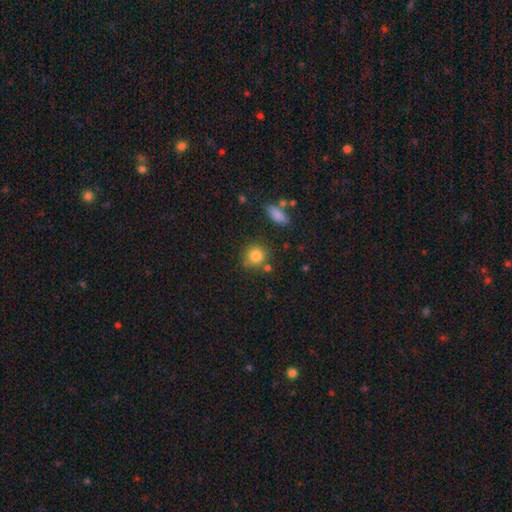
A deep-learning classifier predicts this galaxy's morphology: Smooth or featured?
  - smooth: 83% *
  - star or artifact: 11%
  - featured or disk: 6%
How rounded?
  - round: 88% *
  - in between: 11%
  - cigar-shaped: 1%
Merging?
  - none: 78% *
  - minor disturbance: 11%
  - merger: 8%
  - major disturbance: 3%